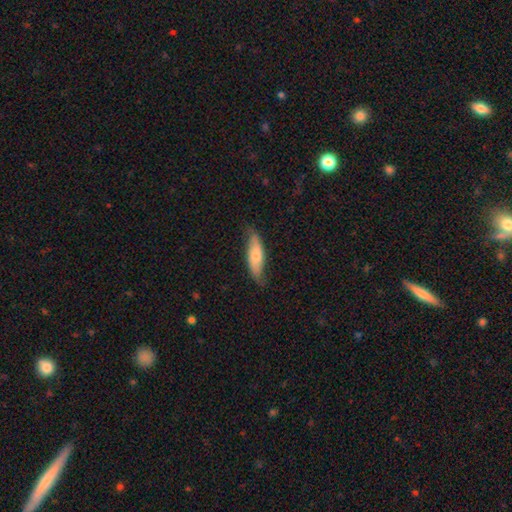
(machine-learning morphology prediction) The model was most divided on "how rounded": in between: 52%, cigar-shaped: 46%, round: 2%. More confident: merging — none (66%); smooth or featured — smooth (58%).